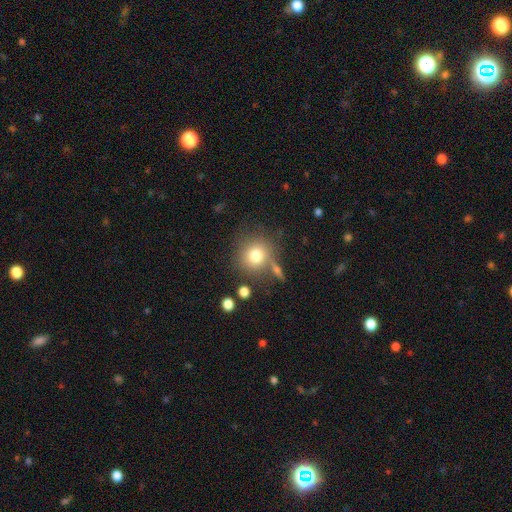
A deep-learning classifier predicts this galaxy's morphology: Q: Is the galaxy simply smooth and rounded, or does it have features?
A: smooth — 76%.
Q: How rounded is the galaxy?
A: round — 89%.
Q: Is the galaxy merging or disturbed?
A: none — 72%.